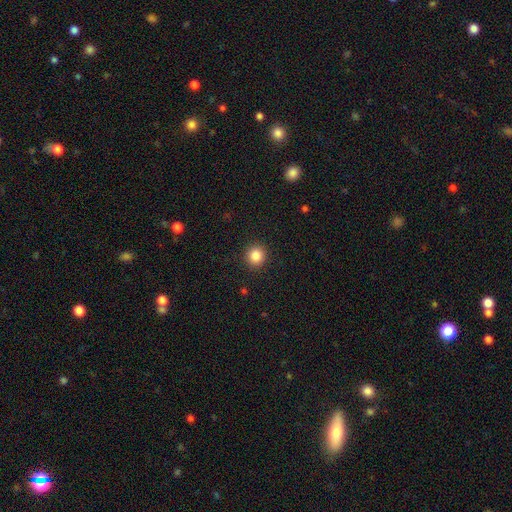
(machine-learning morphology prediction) A smooth galaxy with no disk features (84%) that is round (92%). Merging: none (92%).